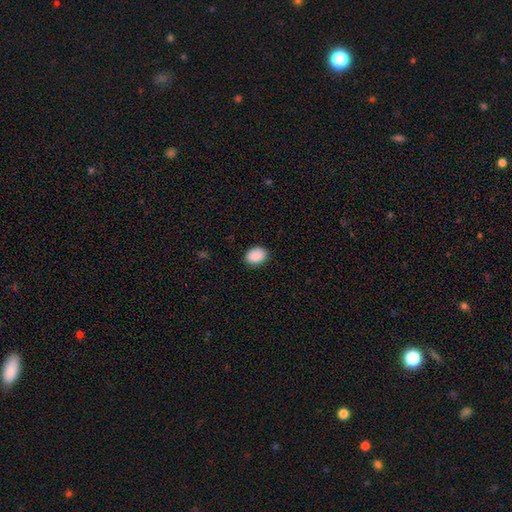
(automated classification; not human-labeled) smooth_or_featured: smooth (p=0.90) [alt: star or artifact p=0.07]
how_rounded: in between (p=0.62) [alt: round p=0.37]
merging: none (p=0.89) [alt: minor disturbance p=0.08]